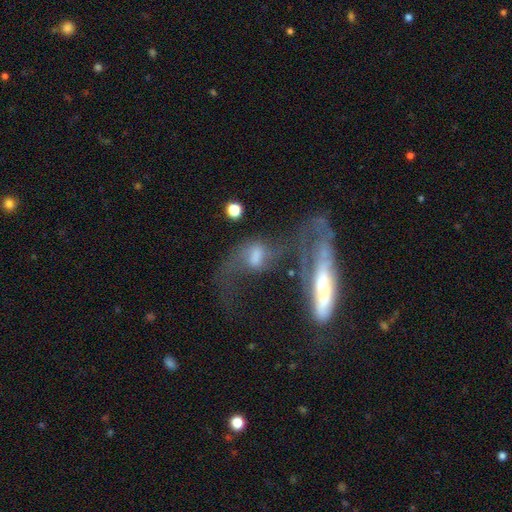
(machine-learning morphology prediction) Smooth or featured: featured or disk — 60% (smooth — 29%)
Edge-on disk: no — 84% (yes — 16%)
Merging: merger — 42% (none — 24%)